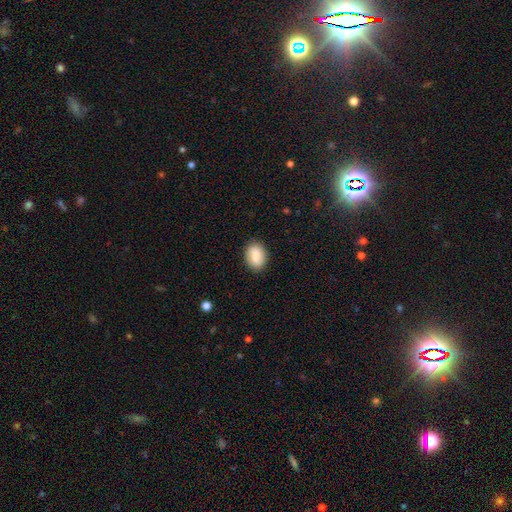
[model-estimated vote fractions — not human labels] Smooth or featured: smooth — 83% (featured or disk — 10%)
How rounded: in between — 78% (round — 20%)
Merging: none — 86% (minor disturbance — 11%)